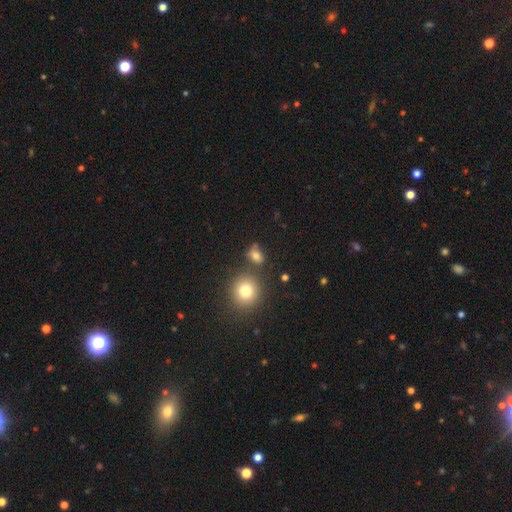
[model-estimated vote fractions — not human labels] Smooth or featured?
  - smooth: 74% *
  - star or artifact: 17%
  - featured or disk: 10%
How rounded?
  - in between: 61% *
  - round: 36%
  - cigar-shaped: 3%
Merging?
  - none: 65% *
  - minor disturbance: 17%
  - merger: 12%
  - major disturbance: 7%